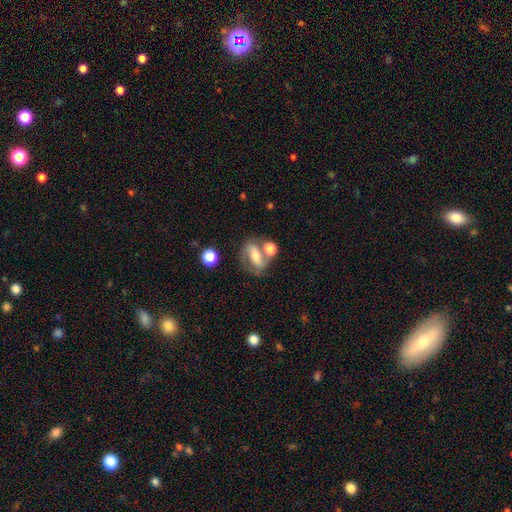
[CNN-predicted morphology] Q: Smooth or featured?
A: featured or disk (55%); runner-up: smooth (36%)
Q: Edge-on disk?
A: no (93%); runner-up: yes (7%)
Q: Bar?
A: strong (40%); runner-up: weak (32%)
Q: Spiral arms?
A: yes (74%); runner-up: no (26%)
Q: Bulge size?
A: moderate (55%); runner-up: small (28%)
Q: Merging?
A: none (48%); runner-up: merger (28%)